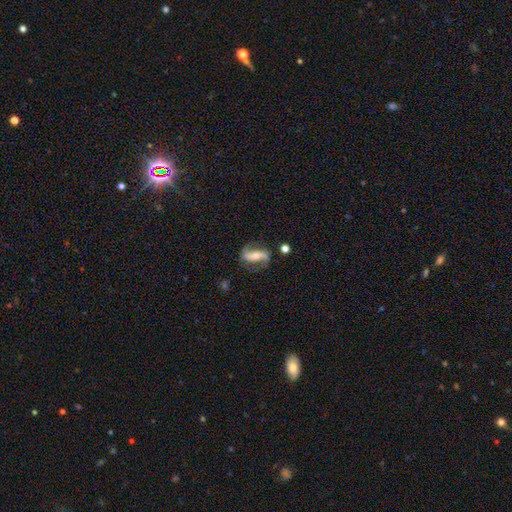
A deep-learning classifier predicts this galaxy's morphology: This appears to be a featured or disk galaxy (79%) with a strong bar (45%), 2 (90%) loose (56%) spiral arms (92%) and a moderate central bulge (47%). Merging: none (73%).